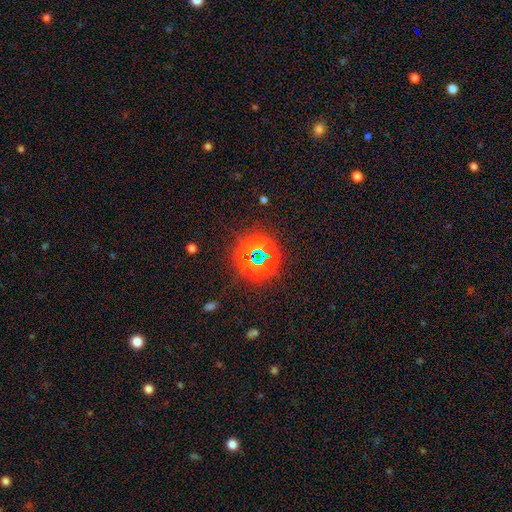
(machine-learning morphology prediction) smooth_or_featured: star or artifact (p=0.77) [alt: smooth p=0.14]